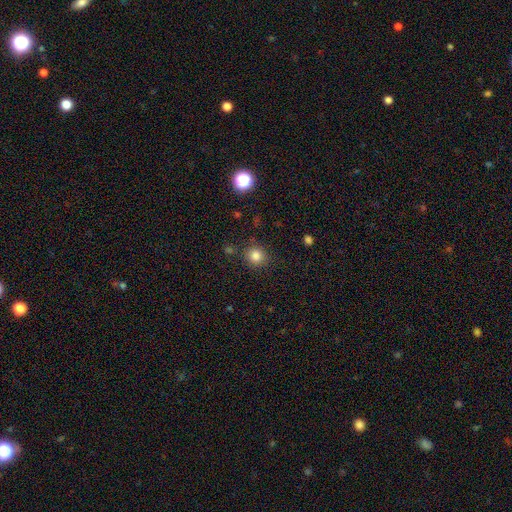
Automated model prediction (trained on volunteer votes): Smooth or featured: smooth — 83% (star or artifact — 13%)
How rounded: round — 90% (in between — 9%)
Merging: none — 86% (minor disturbance — 9%)